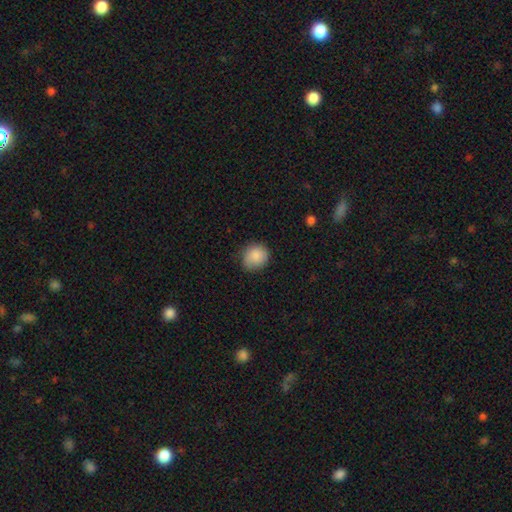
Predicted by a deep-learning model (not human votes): This is clearly a smooth galaxy (86%). How rounded: likely round (77%). Merging: likely none (76%).